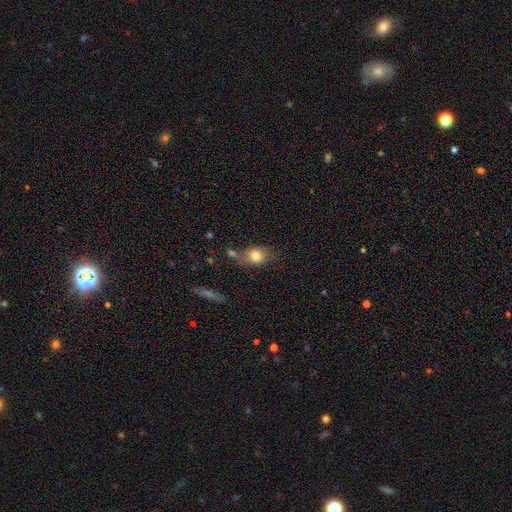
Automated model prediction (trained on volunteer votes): smooth 78%, featured or disk 13%, star or artifact 9%. Down the decision tree: how rounded — in between (54%); merging — none (55%).